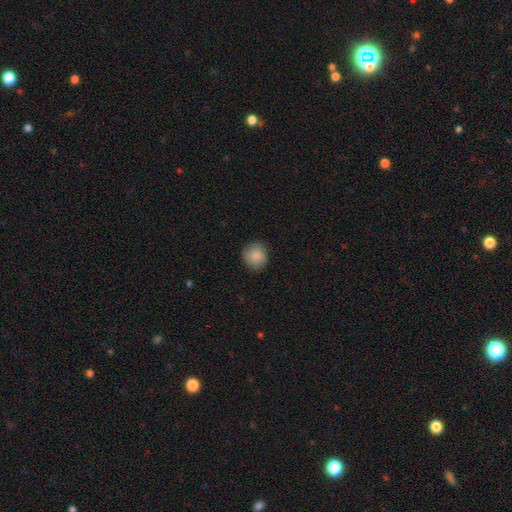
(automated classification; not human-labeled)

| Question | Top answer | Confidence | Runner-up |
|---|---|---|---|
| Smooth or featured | smooth | 88% | star or artifact (8%) |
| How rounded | round | 89% | in between (10%) |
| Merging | none | 85% | minor disturbance (12%) |